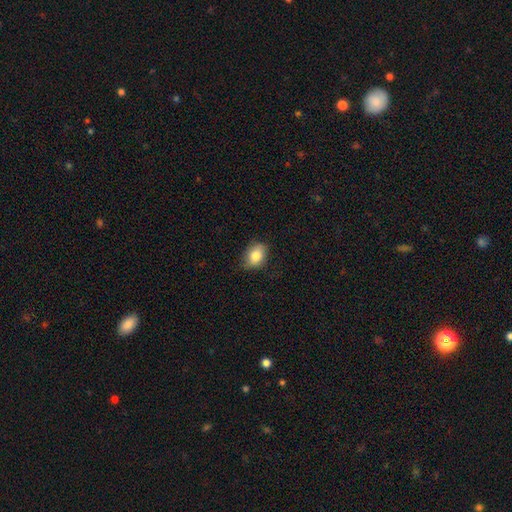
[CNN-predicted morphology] Smooth or featured: smooth — 82% (featured or disk — 10%)
How rounded: in between — 71% (round — 27%)
Merging: none — 76% (minor disturbance — 19%)